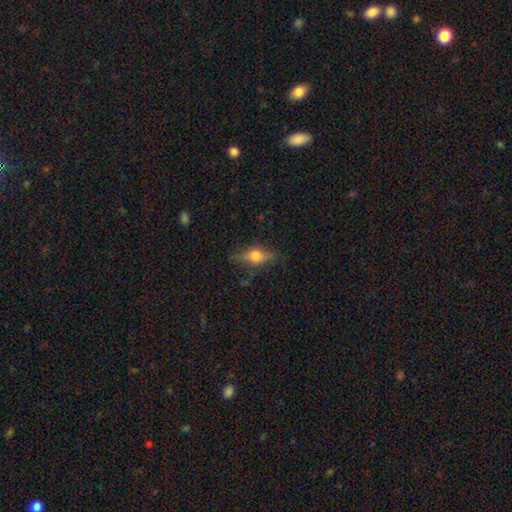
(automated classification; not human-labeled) This appears to be a smooth galaxy with no disk features (57%) that is in between round and cigar-shaped (67%). Merging: none (75%).